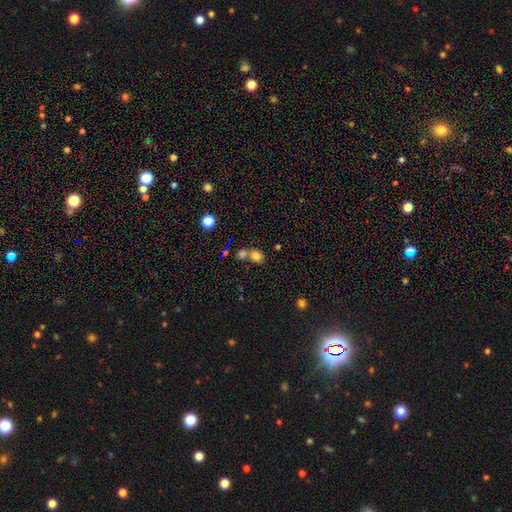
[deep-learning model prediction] Morphology: type=smooth (77%); roundness=round (57%); merging=none (45%).